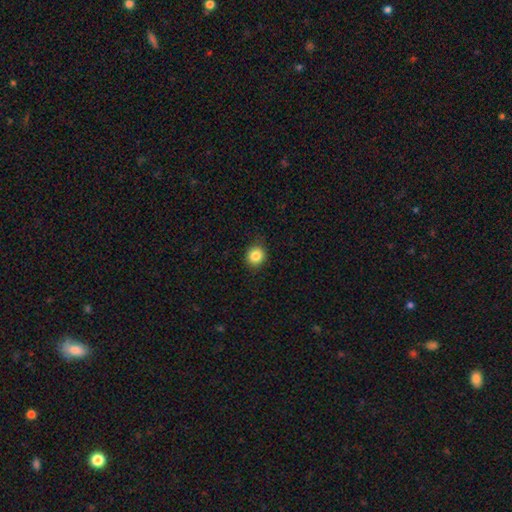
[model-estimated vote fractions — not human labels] smooth 85%, star or artifact 10%, featured or disk 5%. Down the decision tree: how rounded — round (86%); merging — none (89%).